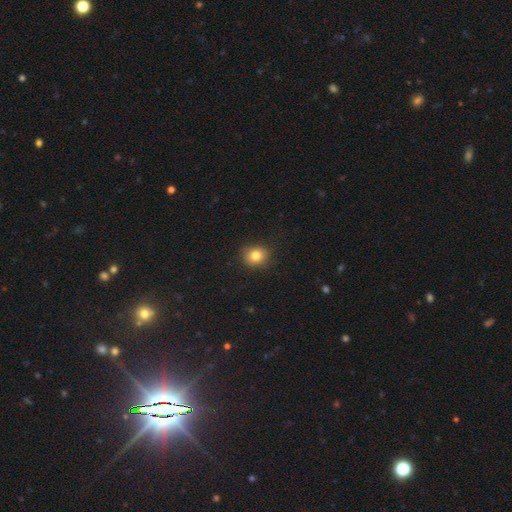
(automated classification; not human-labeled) Overall: smooth (81%). How rounded: round (75%). Merging: none (88%).